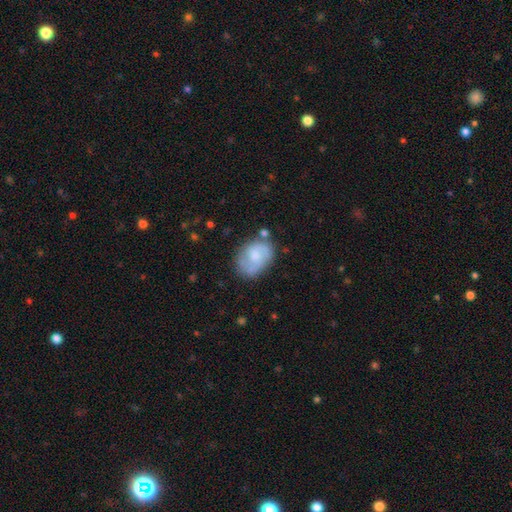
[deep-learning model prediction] smooth-or-featured: featured or disk: 56% | smooth: 37% | star or artifact: 7%
  disk-edge-on: no: 97% | yes: 3%
    bar: no: 61% | weak: 34% | strong: 5%
    has-spiral-arms: yes: 83% | no: 17%
    bulge-size: moderate: 40% | small: 31% | none: 18% | large: 9% | dominant: 2%
  merging: none: 64% | minor disturbance: 22% | major disturbance: 8% | merger: 5%